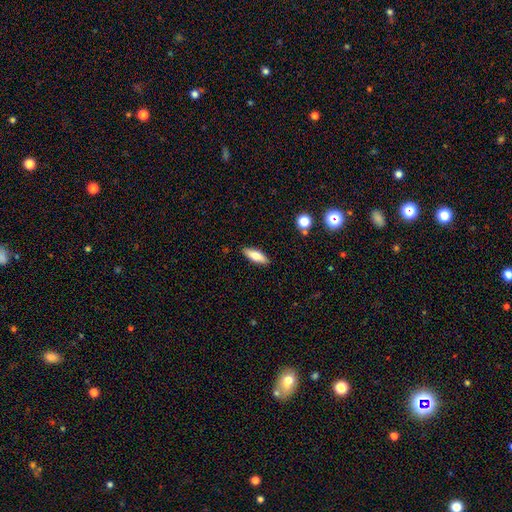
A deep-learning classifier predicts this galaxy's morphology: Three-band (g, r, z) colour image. It shows a smooth galaxy with no disk features (71%) that is in between round and cigar-shaped (65%). Merging: none (88%).